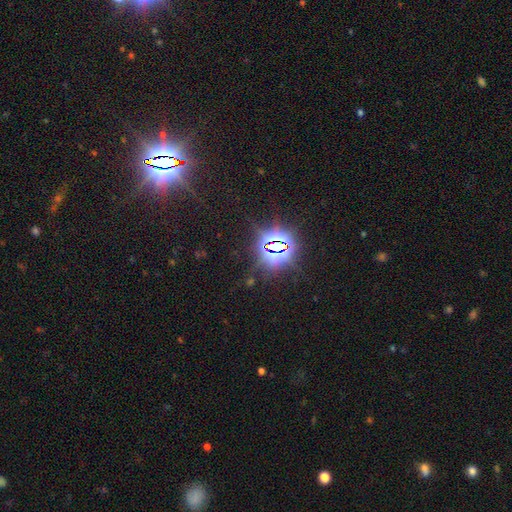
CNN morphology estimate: smooth-or-featured: star or artifact: 85% | smooth: 9% | featured or disk: 7%